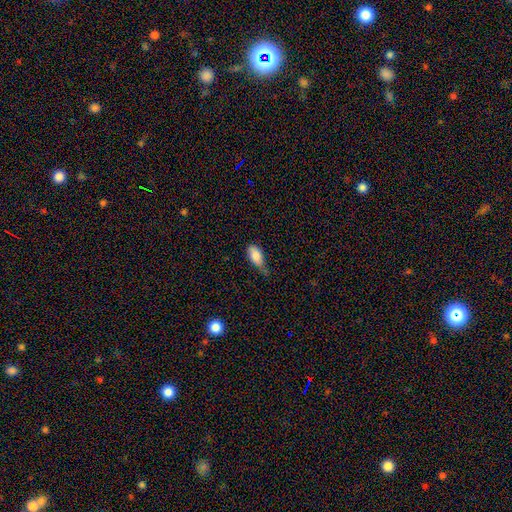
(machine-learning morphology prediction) type=smooth (85%); roundness=in between (90%); merging=minor disturbance (46%).